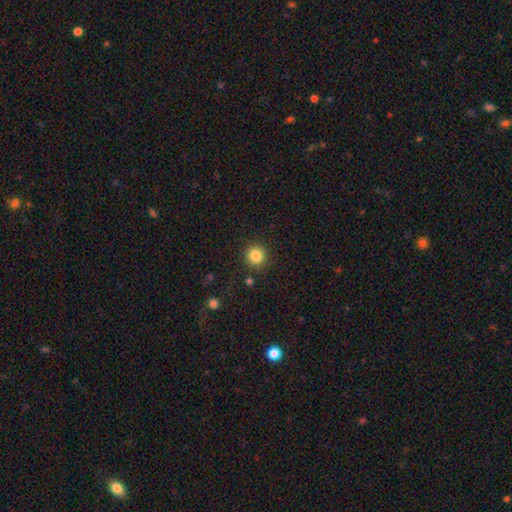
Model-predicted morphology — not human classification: smooth_or_featured: smooth (p=0.85) [alt: star or artifact p=0.11]
how_rounded: round (p=0.94) [alt: in between p=0.05]
merging: none (p=0.90) [alt: minor disturbance p=0.06]